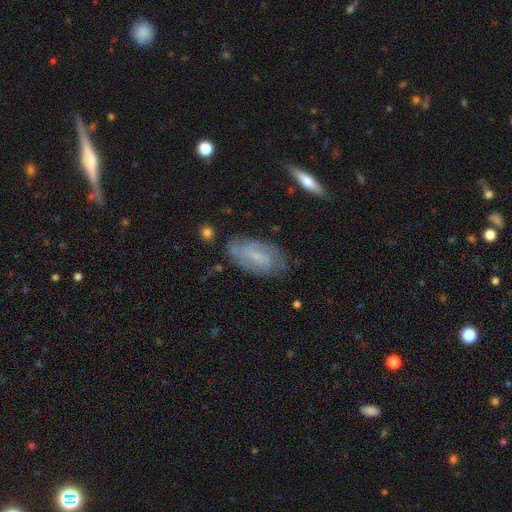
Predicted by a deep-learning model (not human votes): A featured or disk galaxy (53%). Merging: none (70%).